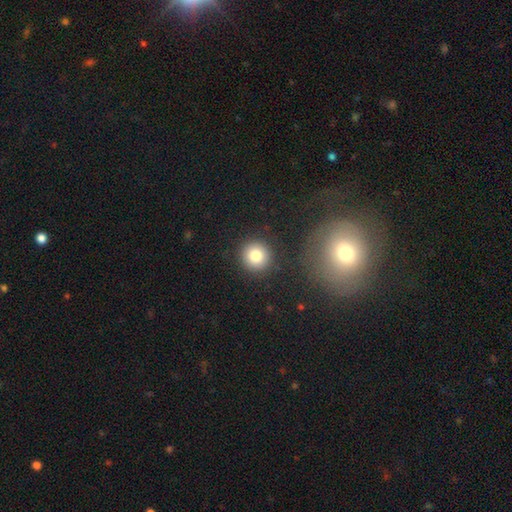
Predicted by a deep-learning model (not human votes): smooth-or-featured: smooth: 81% | star or artifact: 11% | featured or disk: 8%
  how-rounded: round: 93% | in between: 6% | cigar-shaped: 1%
  merging: none: 90% | minor disturbance: 6% | major disturbance: 2% | merger: 2%